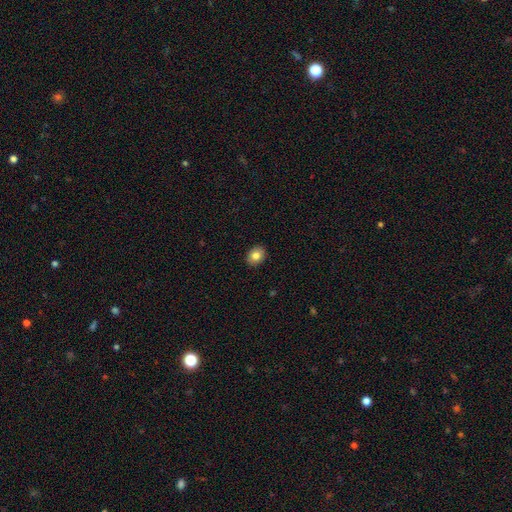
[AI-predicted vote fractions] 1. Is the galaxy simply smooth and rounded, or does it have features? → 82% smooth, 9% featured or disk, 9% star or artifact.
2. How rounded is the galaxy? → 50% round, 49% in between, 1% cigar-shaped.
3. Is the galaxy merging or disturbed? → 91% none, 6% minor disturbance, 2% major disturbance, 1% merger.